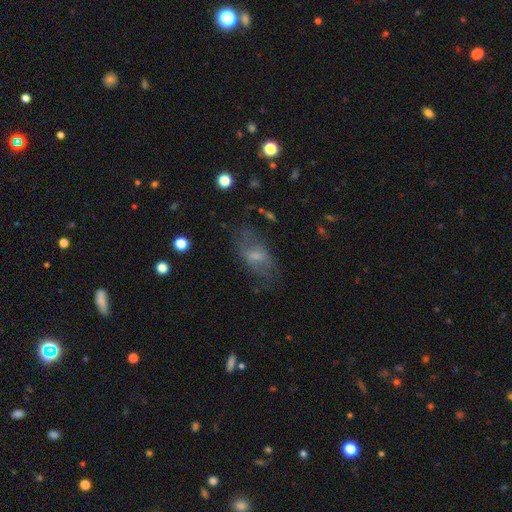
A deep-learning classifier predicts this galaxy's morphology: Smooth or featured? smooth (45%)
Merging? none (57%)